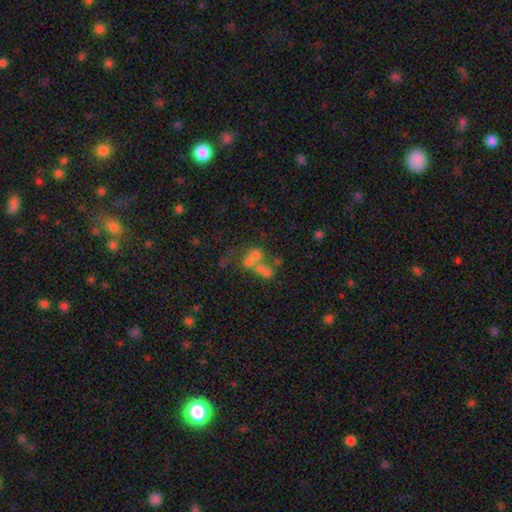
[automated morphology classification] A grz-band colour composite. It shows a smooth galaxy with no disk features (44%). Merging: merger (55%).